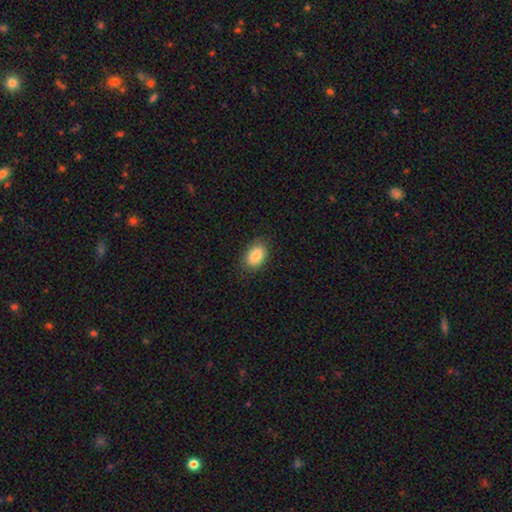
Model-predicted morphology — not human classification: Overall: smooth (87%). How rounded: in between (86%). Merging: none (85%).